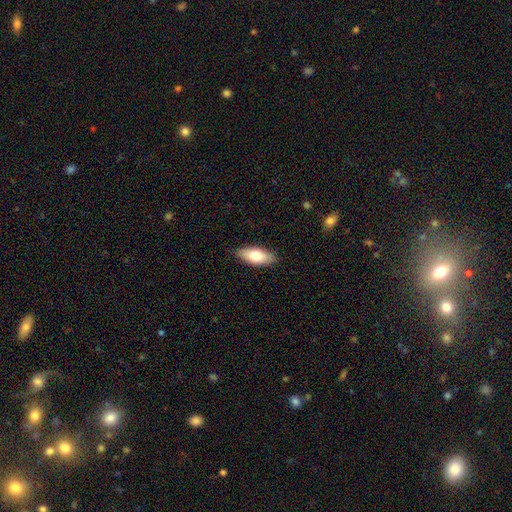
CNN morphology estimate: Q: Smooth or featured?
A: smooth (73%); runner-up: featured or disk (21%)
Q: How rounded?
A: in between (80%); runner-up: cigar-shaped (17%)
Q: Merging?
A: none (87%); runner-up: minor disturbance (10%)